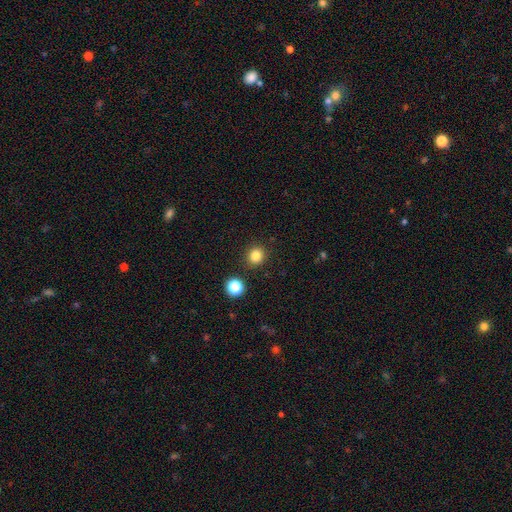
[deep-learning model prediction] Overall: smooth (82%). How rounded: round (88%). Merging: none (90%).